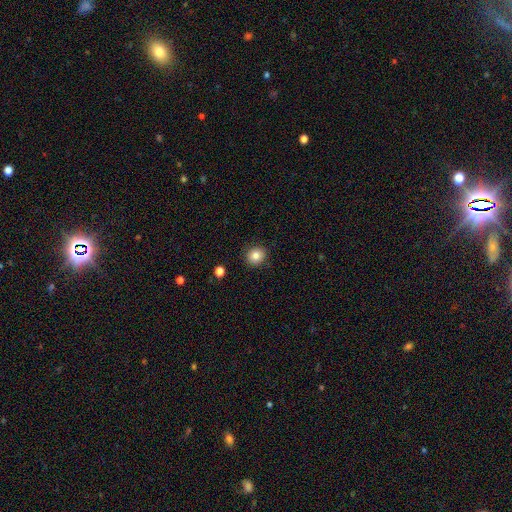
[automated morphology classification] This appears to be a smooth galaxy with no disk features (82%) that is round (86%). Merging: none (90%).